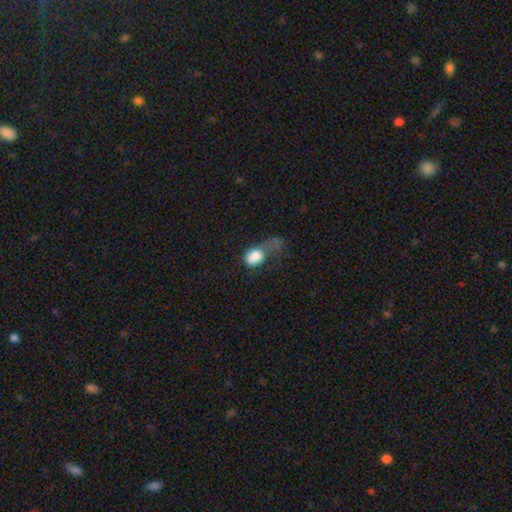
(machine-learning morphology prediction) The model was most divided on "merging": major disturbance: 60%, minor disturbance: 18%, none: 13%, merger: 8%. More confident: smooth or featured — smooth (76%); how rounded — in between (70%).